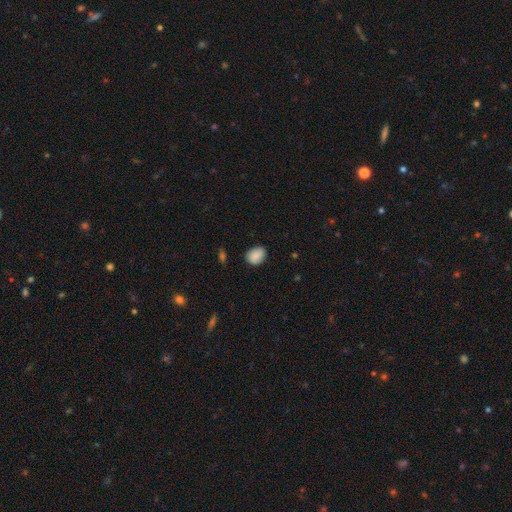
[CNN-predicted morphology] The model was most divided on "how rounded": in between: 60%, round: 39%, cigar-shaped: 1%. More confident: smooth or featured — smooth (89%); merging — none (84%).